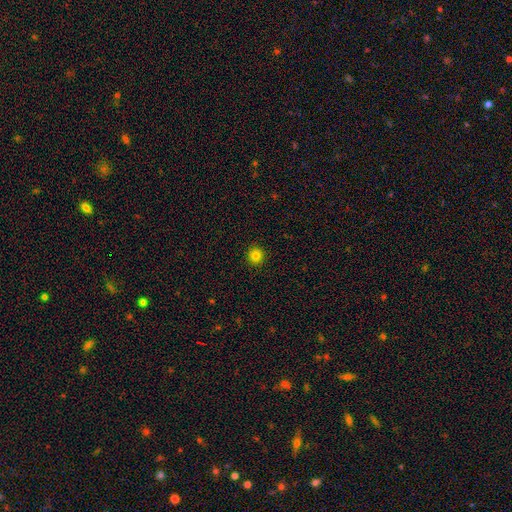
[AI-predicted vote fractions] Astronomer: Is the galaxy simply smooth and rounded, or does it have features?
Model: smooth — 82%.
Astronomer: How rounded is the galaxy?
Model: round — 93%.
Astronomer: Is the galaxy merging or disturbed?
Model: none — 92%.